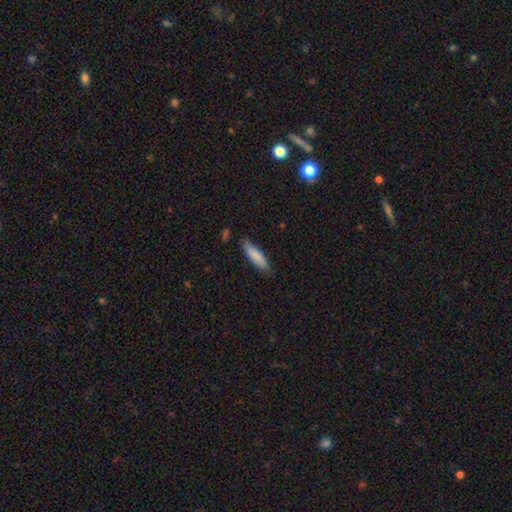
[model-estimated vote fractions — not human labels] Smooth or featured?
  - smooth: 85% *
  - featured or disk: 9%
  - star or artifact: 6%
How rounded?
  - cigar-shaped: 66% *
  - in between: 32%
  - round: 1%
Merging?
  - none: 79% *
  - minor disturbance: 17%
  - major disturbance: 3%
  - merger: 2%